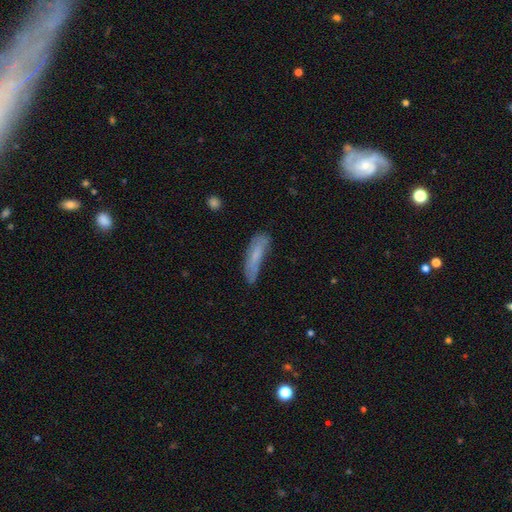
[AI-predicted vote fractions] Smooth or featured: smooth — 67% (featured or disk — 25%)
How rounded: cigar-shaped — 67% (in between — 31%)
Merging: none — 49% (minor disturbance — 33%)